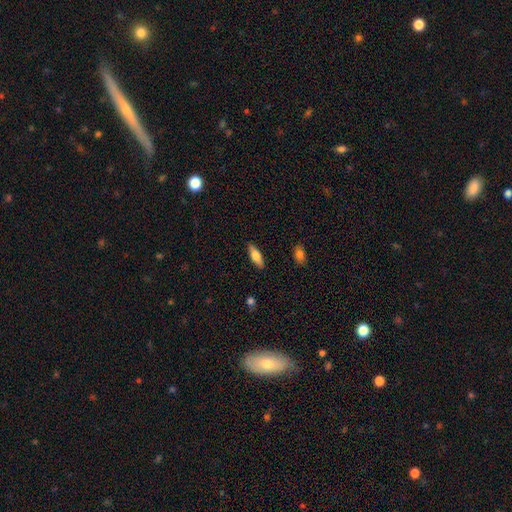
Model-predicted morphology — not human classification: Smooth or featured? Predicted: smooth (p=0.68). How rounded? Predicted: in between (p=0.61). Merging? Predicted: none (p=0.88).